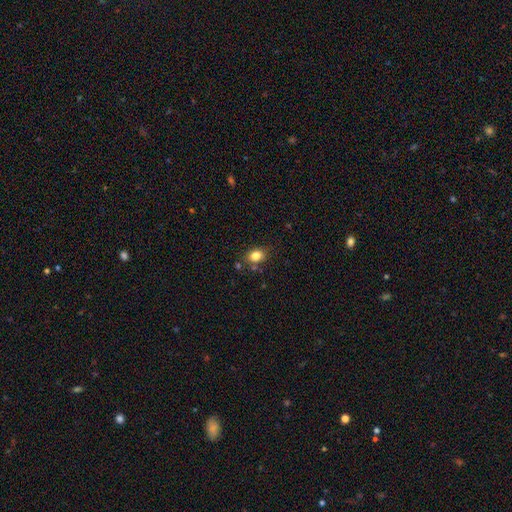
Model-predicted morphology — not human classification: Smooth or featured: smooth — 82% (star or artifact — 11%)
How rounded: in between — 62% (round — 37%)
Merging: none — 76% (minor disturbance — 14%)